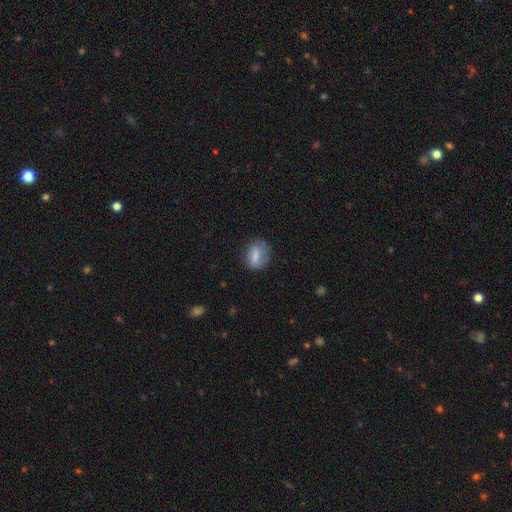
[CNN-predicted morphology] Smooth or featured: smooth — 76% (featured or disk — 16%)
How rounded: in between — 57% (round — 41%)
Merging: none — 67% (minor disturbance — 24%)